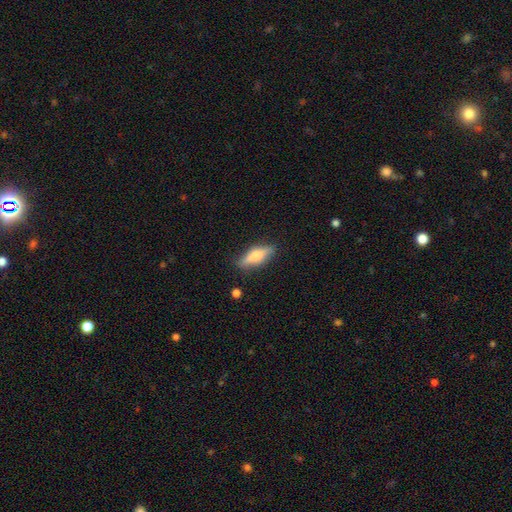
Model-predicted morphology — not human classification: Smooth or featured?
  - smooth: 61% *
  - featured or disk: 32%
  - star or artifact: 7%
How rounded?
  - cigar-shaped: 49% *
  - in between: 48%
  - round: 3%
Merging?
  - none: 82% *
  - minor disturbance: 13%
  - major disturbance: 3%
  - merger: 2%